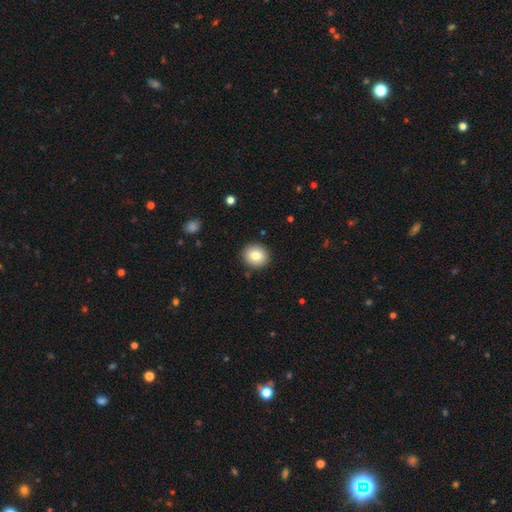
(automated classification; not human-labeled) Q: Smooth or featured?
A: smooth (81%); runner-up: featured or disk (10%)
Q: How rounded?
A: round (87%); runner-up: in between (12%)
Q: Merging?
A: none (90%); runner-up: minor disturbance (6%)